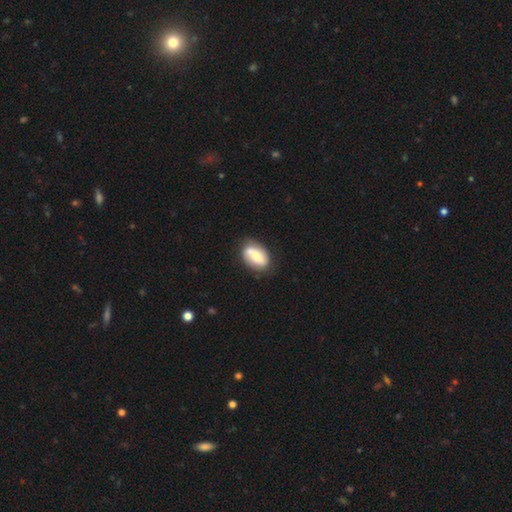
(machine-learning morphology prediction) Smooth or featured?
  - smooth: 51% *
  - featured or disk: 42%
  - star or artifact: 7%
How rounded?
  - in between: 89% *
  - round: 9%
  - cigar-shaped: 3%
Merging?
  - none: 68% *
  - minor disturbance: 21%
  - merger: 6%
  - major disturbance: 5%